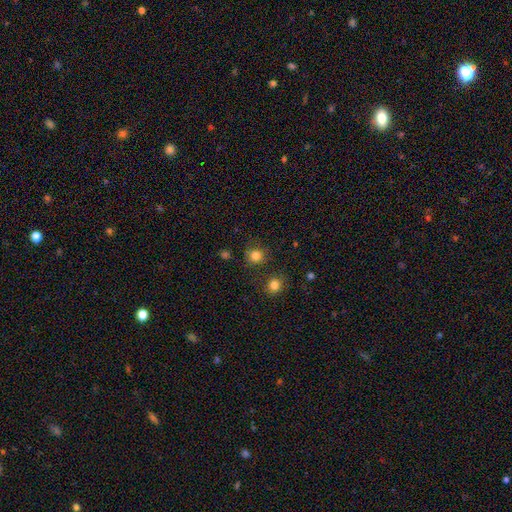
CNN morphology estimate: smooth_or_featured: smooth (p=0.81) [alt: star or artifact p=0.14]
how_rounded: round (p=0.88) [alt: in between p=0.11]
merging: none (p=0.80) [alt: minor disturbance p=0.11]